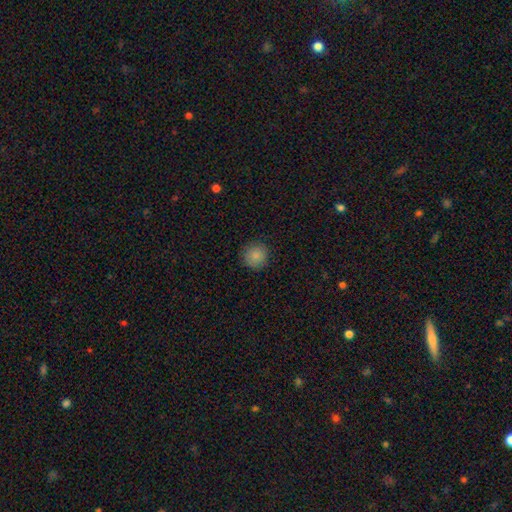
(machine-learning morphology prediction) Overall: smooth (86%). How rounded: round (94%). Merging: none (89%).